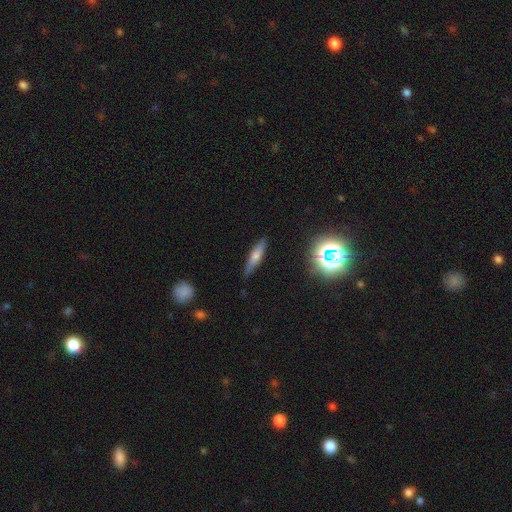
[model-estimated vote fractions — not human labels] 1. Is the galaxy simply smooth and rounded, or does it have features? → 56% smooth, 32% featured or disk, 12% star or artifact.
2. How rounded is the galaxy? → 74% cigar-shaped, 24% in between, 3% round.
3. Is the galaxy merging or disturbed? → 81% none, 15% minor disturbance, 3% major disturbance, 2% merger.